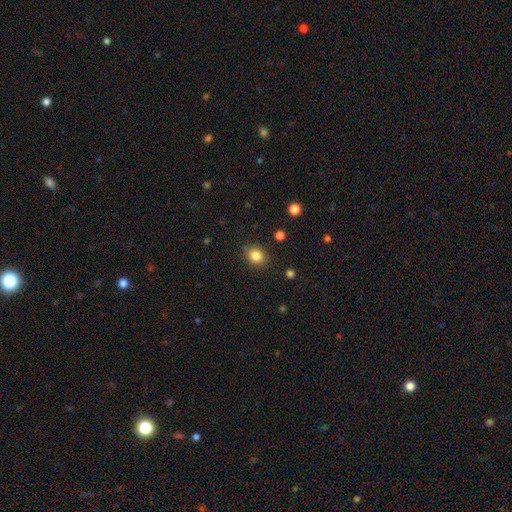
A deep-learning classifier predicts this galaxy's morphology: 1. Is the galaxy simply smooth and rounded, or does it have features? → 83% smooth, 11% star or artifact, 6% featured or disk.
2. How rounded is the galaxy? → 70% round, 29% in between, 1% cigar-shaped.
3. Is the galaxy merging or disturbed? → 83% none, 12% minor disturbance, 3% major disturbance, 2% merger.